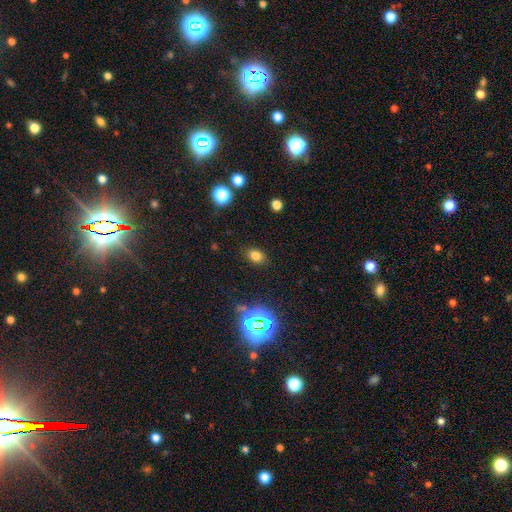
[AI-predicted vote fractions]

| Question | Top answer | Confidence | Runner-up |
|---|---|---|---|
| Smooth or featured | smooth | 76% | star or artifact (17%) |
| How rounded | in between | 70% | round (28%) |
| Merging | none | 85% | minor disturbance (10%) |